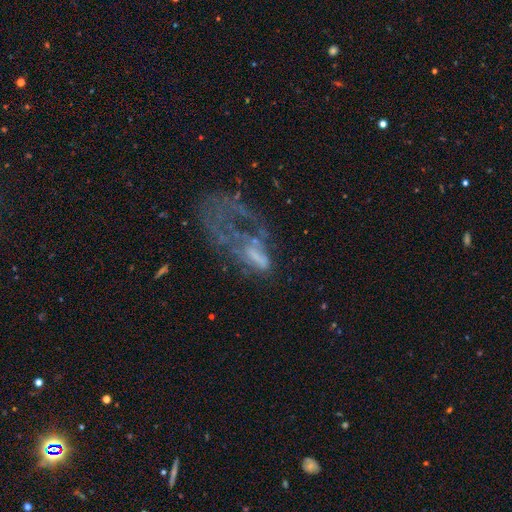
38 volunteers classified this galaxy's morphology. Overall: featured or disk (66%; smooth 26%). Edge-on disk: no (84%). Bar: weak (43%; no 33%). Spiral arms: no (52%; yes 48%). Bulge size: small (33%, tied with none). Merging: major disturbance (74%).